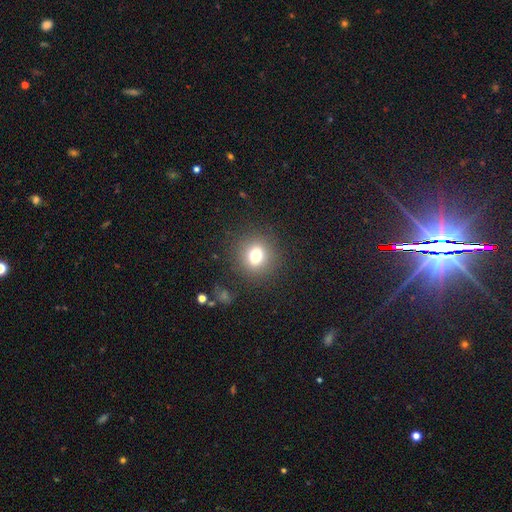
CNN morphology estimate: Smooth or featured? smooth (75%)
How rounded? round (78%)
Merging? none (86%)